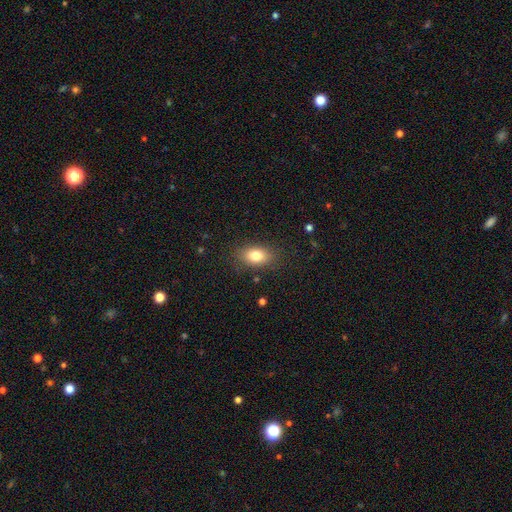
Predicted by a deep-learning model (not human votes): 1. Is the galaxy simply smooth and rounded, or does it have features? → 79% smooth, 12% featured or disk, 9% star or artifact.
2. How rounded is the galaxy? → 84% in between, 13% round, 3% cigar-shaped.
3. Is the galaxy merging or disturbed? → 85% none, 11% minor disturbance, 3% major disturbance, 1% merger.